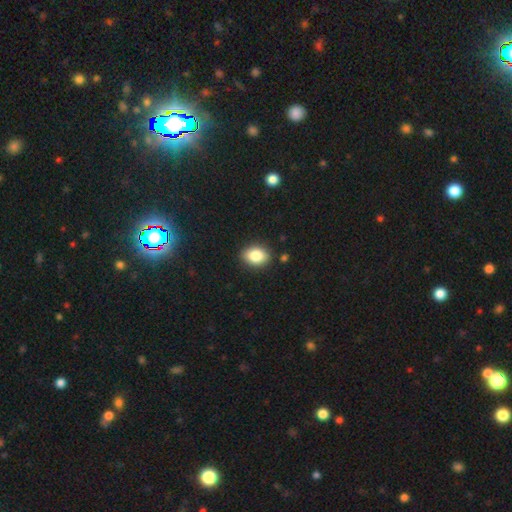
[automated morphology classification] smooth 83%, star or artifact 9%, featured or disk 8%. Down the decision tree: how rounded — in between (71%); merging — none (86%).